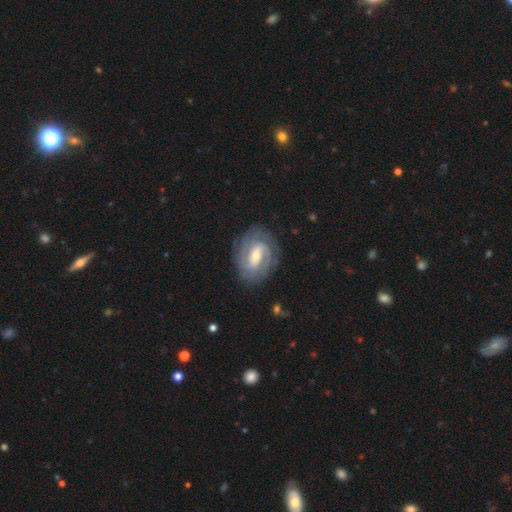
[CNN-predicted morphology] featured or disk 85%, smooth 10%, star or artifact 5%. Down the decision tree: edge-on disk — no (97%); bar — weak (45%); spiral arms — yes (94%); spiral arm count — 2 (56%); spiral winding — tight (61%); bulge size — moderate (54%); merging — none (81%).